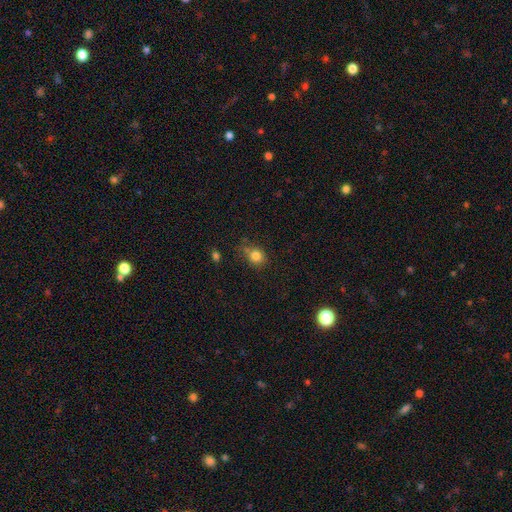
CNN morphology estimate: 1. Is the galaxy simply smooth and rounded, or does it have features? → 81% smooth, 12% star or artifact, 7% featured or disk.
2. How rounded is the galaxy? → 75% round, 24% in between, 1% cigar-shaped.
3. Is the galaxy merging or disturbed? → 63% none, 22% minor disturbance, 8% merger, 6% major disturbance.